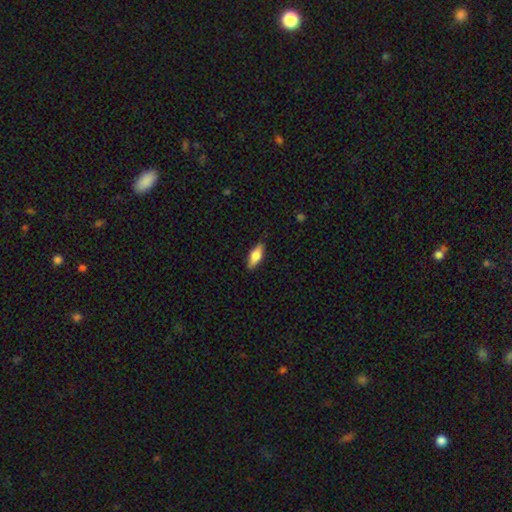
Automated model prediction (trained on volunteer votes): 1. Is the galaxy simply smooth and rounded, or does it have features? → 64% smooth, 30% featured or disk, 6% star or artifact.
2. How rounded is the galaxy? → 63% in between, 34% cigar-shaped, 3% round.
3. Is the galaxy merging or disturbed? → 86% none, 11% minor disturbance, 2% major disturbance, 1% merger.